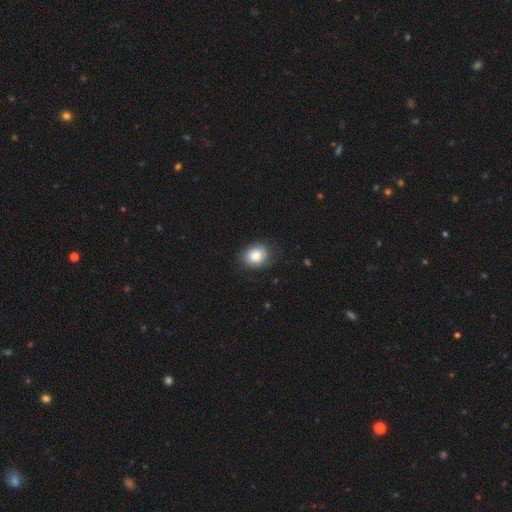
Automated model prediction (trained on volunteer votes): smooth-or-featured: smooth: 83% | featured or disk: 9% | star or artifact: 8%
  how-rounded: in between: 51% | round: 48% | cigar-shaped: 1%
  merging: none: 82% | minor disturbance: 14% | major disturbance: 3% | merger: 1%